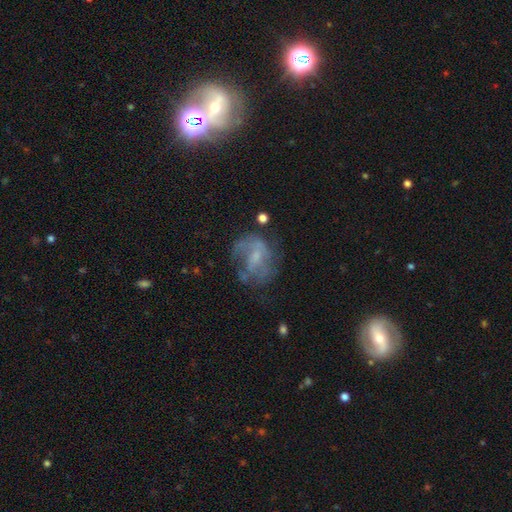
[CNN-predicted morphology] A featured or disk galaxy (63%) with no bar (47%), spiral arms (66%) and a small central bulge (52%).

Vote fractions:
- Smooth or featured? featured or disk: 63% / smooth: 25% / star or artifact: 12%
- Edge-on disk? no: 97% / yes: 3%
- Bar? no: 47% / weak: 43% / strong: 10%
- Spiral arms? yes: 66% / no: 34%
- Bulge size? small: 52% / moderate: 25% / none: 20% / large: 2% / dominant: 1%
- Merging? none: 50% / major disturbance: 25% / minor disturbance: 22% / merger: 4%